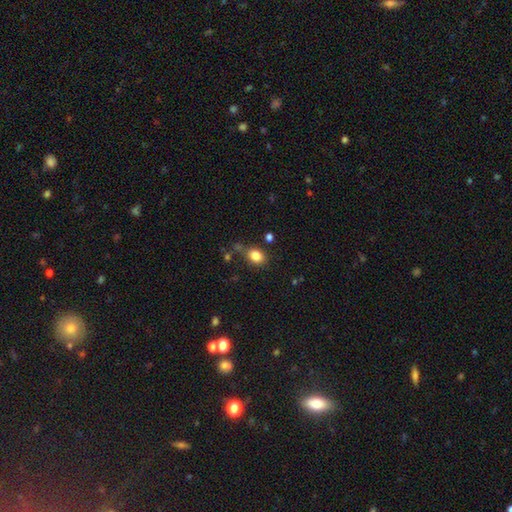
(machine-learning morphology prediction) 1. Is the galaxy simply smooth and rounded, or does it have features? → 83% smooth, 10% star or artifact, 6% featured or disk.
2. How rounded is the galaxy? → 60% in between, 39% round, 1% cigar-shaped.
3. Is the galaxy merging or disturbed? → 70% none, 17% minor disturbance, 8% merger, 6% major disturbance.